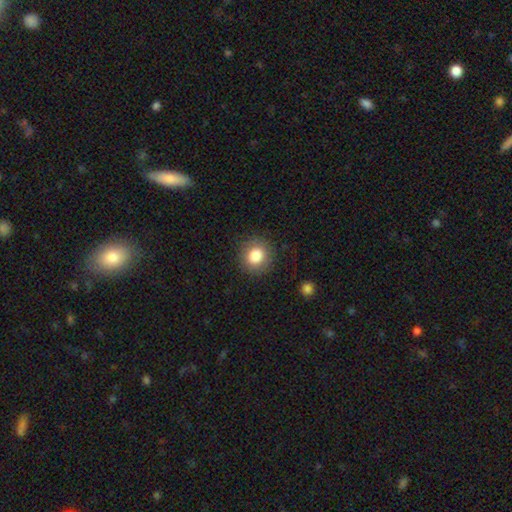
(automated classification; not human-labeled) This is clearly a smooth galaxy (82%). How rounded: clearly round (88%). Merging: clearly none (88%).